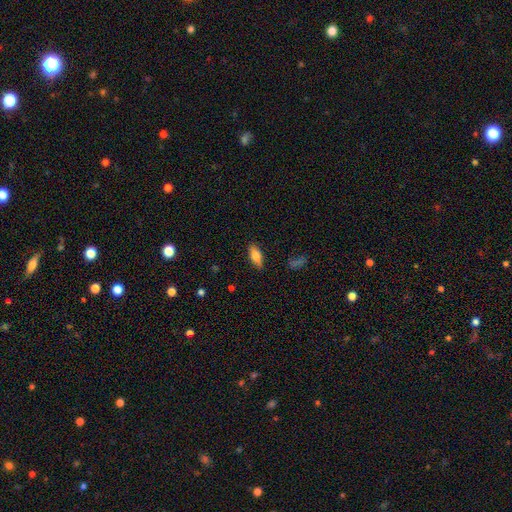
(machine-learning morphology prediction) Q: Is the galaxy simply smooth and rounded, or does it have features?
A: smooth — 76%.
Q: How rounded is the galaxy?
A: in between — 80%.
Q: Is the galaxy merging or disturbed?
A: none — 86%.